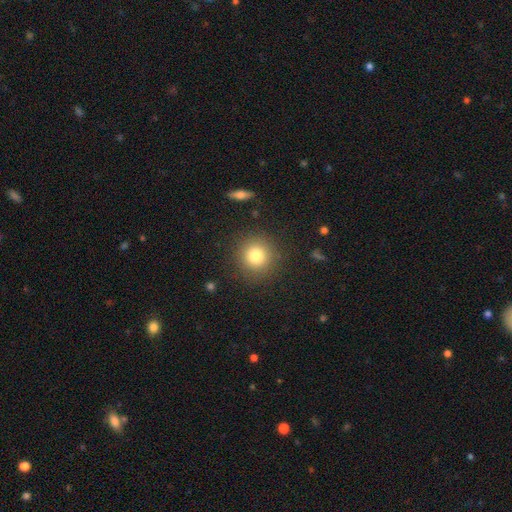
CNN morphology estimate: smooth_or_featured: smooth (p=0.79) [alt: star or artifact p=0.12]
how_rounded: round (p=0.92) [alt: in between p=0.07]
merging: none (p=0.88) [alt: minor disturbance p=0.07]